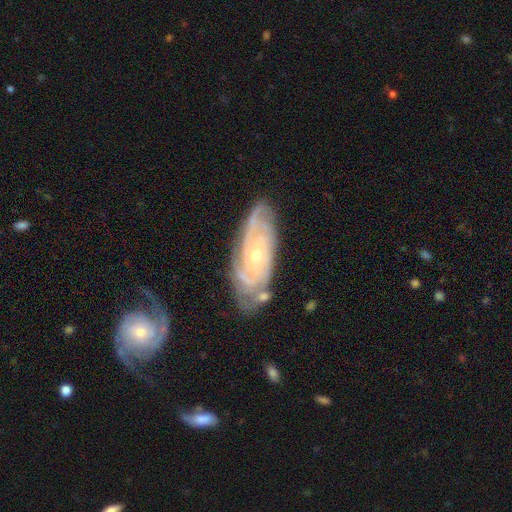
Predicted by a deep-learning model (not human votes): This is clearly a featured or disk galaxy (87%). It is clearly not viewed edge-on (93%). Bar: likely no (69%). Spiral arm pattern: clearly yes (97%). Spiral arm count: marginally 3 (29%). Spiral winding: likely tight (74%). Central bulge: likely small (65%). Merging: likely none (70%).